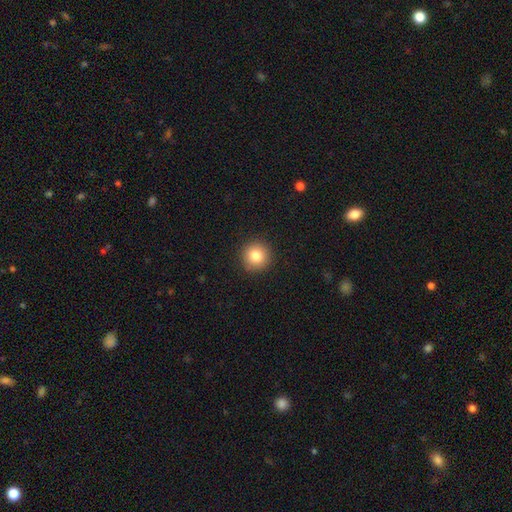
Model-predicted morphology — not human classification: Q: Smooth or featured?
A: smooth (81%); runner-up: star or artifact (11%)
Q: How rounded?
A: round (94%); runner-up: in between (5%)
Q: Merging?
A: none (92%); runner-up: minor disturbance (5%)